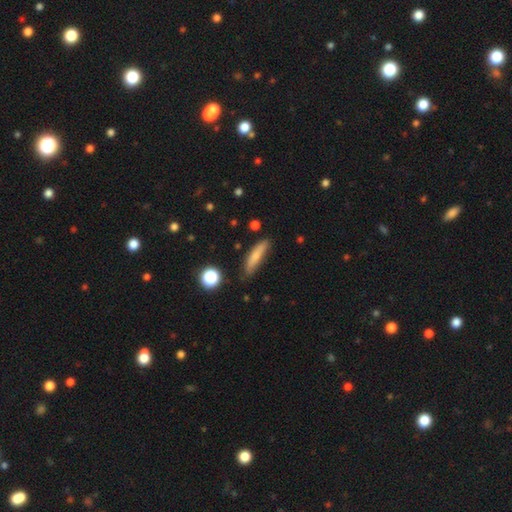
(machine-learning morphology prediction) This appears to be a smooth galaxy with no disk features (72%) that is cigar-shaped (77%). Merging: none (74%).